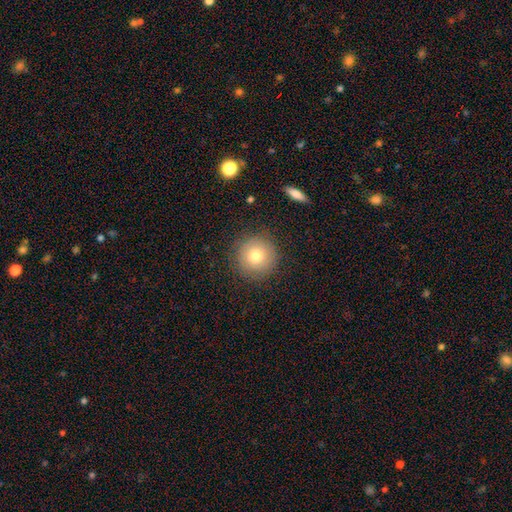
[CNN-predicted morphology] smooth 77%, featured or disk 13%, star or artifact 10%. Down the decision tree: how rounded — round (95%); merging — none (87%).